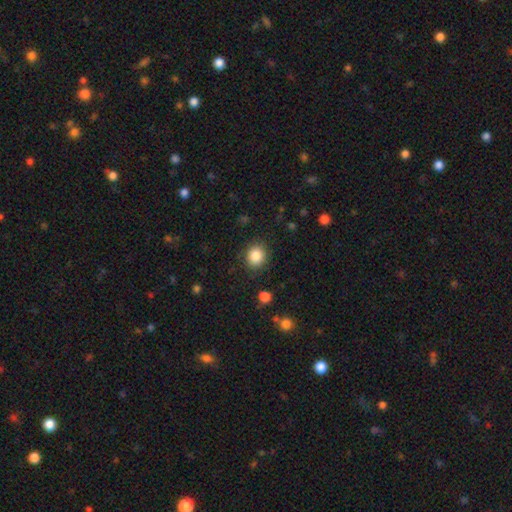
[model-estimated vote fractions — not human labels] This is clearly a smooth galaxy (85%). How rounded: likely round (79%). Merging: clearly none (87%).